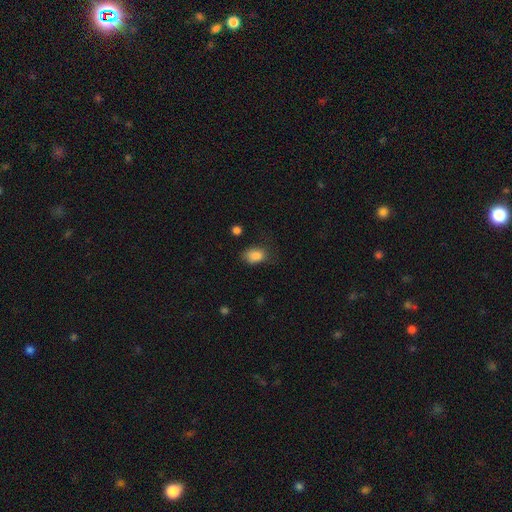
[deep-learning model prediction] Smooth or featured?
  - smooth: 85% *
  - star or artifact: 9%
  - featured or disk: 6%
How rounded?
  - in between: 77% *
  - round: 22%
  - cigar-shaped: 1%
Merging?
  - none: 65% *
  - minor disturbance: 25%
  - major disturbance: 8%
  - merger: 2%